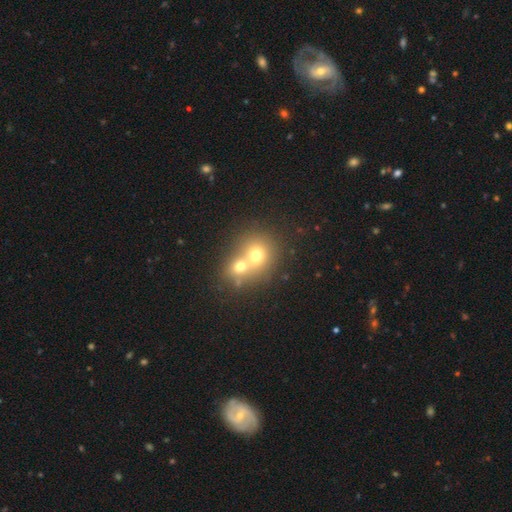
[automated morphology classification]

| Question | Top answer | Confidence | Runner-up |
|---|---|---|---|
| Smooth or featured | smooth | 61% | featured or disk (22%) |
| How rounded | round | 75% | in between (24%) |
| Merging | merger | 67% | none (25%) |